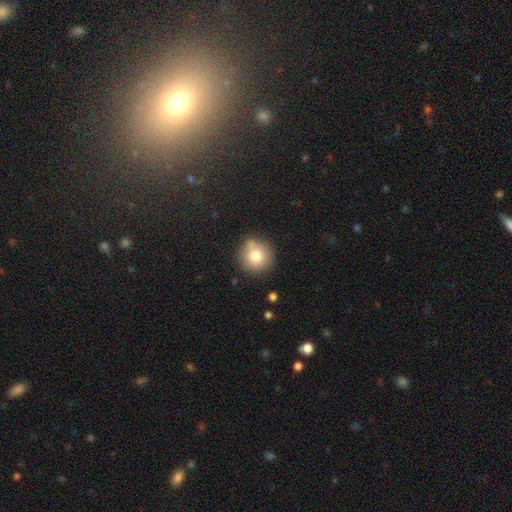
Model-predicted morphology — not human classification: Overall: smooth (77%). How rounded: round (93%). Merging: none (79%).